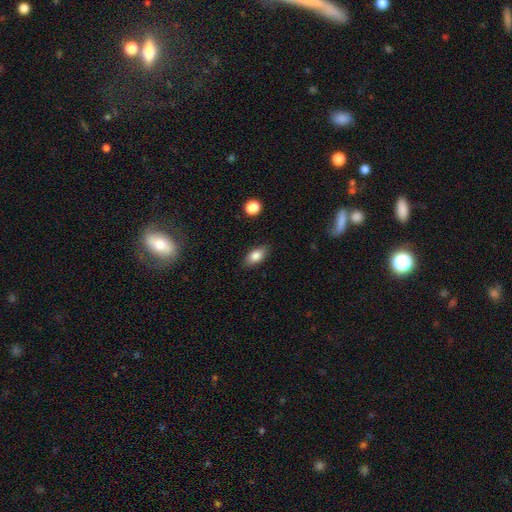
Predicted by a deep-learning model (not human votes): This appears to be a smooth galaxy with no disk features (83%) that is in between round and cigar-shaped (88%). Merging: none (85%).